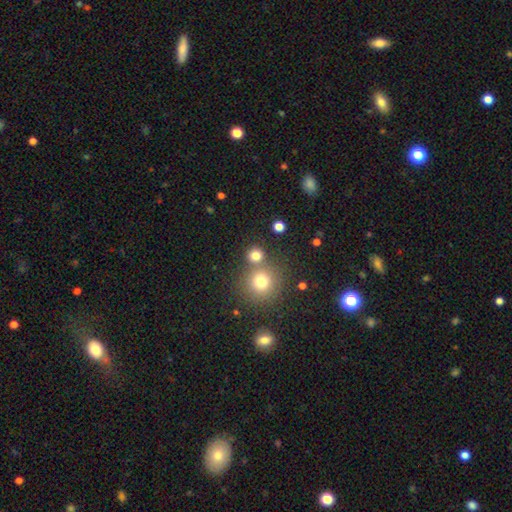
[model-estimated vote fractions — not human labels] This is likely a smooth galaxy (76%). How rounded: clearly round (90%). Merging: likely none (67%).